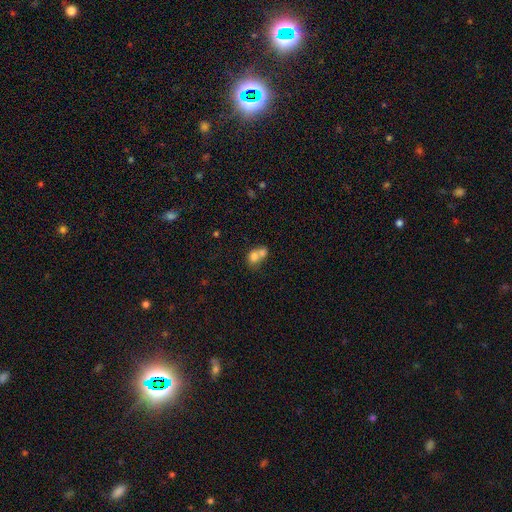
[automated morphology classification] Smooth or featured: smooth — 72% (featured or disk — 18%)
How rounded: round — 54% (in between — 44%)
Merging: merger — 71% (none — 19%)